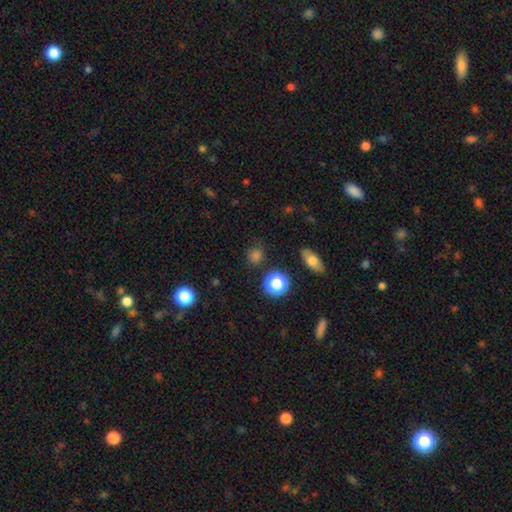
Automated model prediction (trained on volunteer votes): smooth-or-featured: smooth: 74% | star or artifact: 20% | featured or disk: 5%
  how-rounded: round: 83% | in between: 16% | cigar-shaped: 2%
  merging: none: 84% | minor disturbance: 10% | major disturbance: 3% | merger: 3%